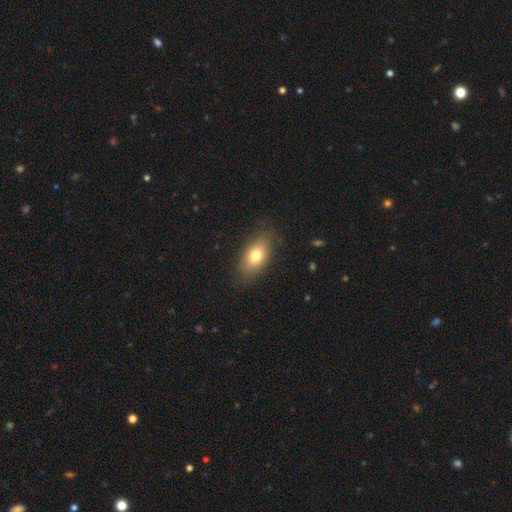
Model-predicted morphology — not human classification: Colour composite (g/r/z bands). It shows a smooth galaxy with no disk features (75%) that is in between round and cigar-shaped (86%). Merging: none (83%).